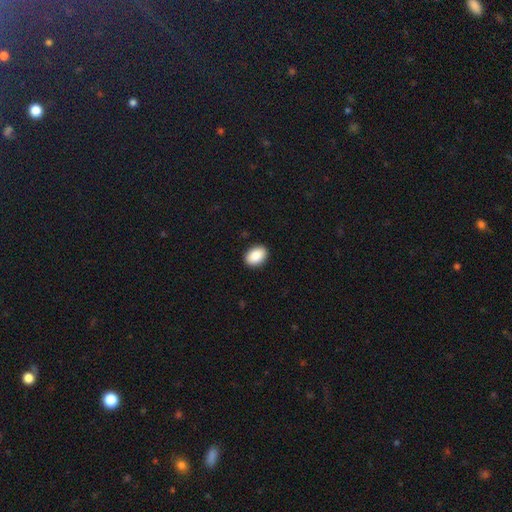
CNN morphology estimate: smooth-or-featured: smooth: 90% | star or artifact: 7% | featured or disk: 3%
  how-rounded: in between: 85% | round: 13% | cigar-shaped: 1%
  merging: none: 91% | minor disturbance: 7% | major disturbance: 2% | merger: 1%